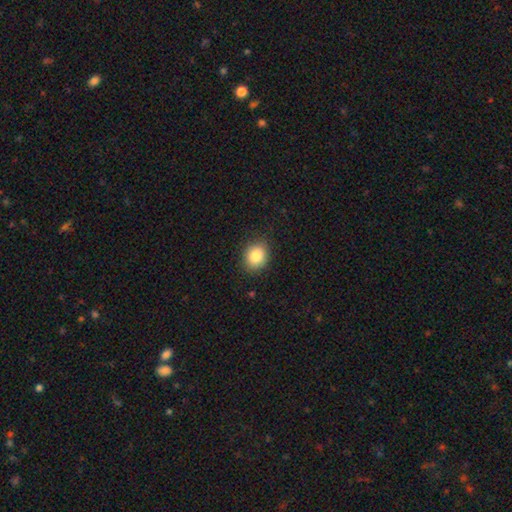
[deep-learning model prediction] Morphology: type=smooth (84%); roundness=round (61%); merging=none (87%).